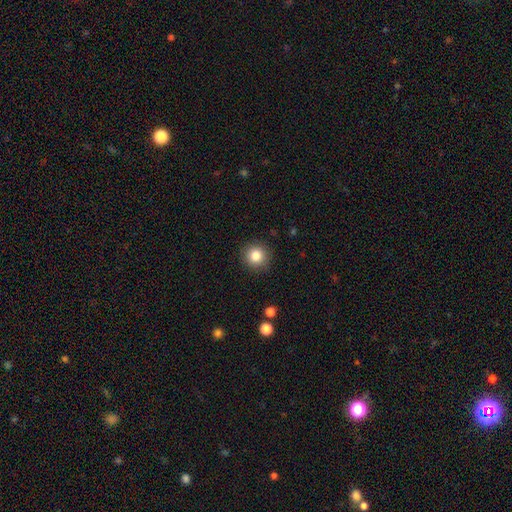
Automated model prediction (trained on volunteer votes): Overall: smooth (84%). How rounded: round (94%). Merging: none (91%).